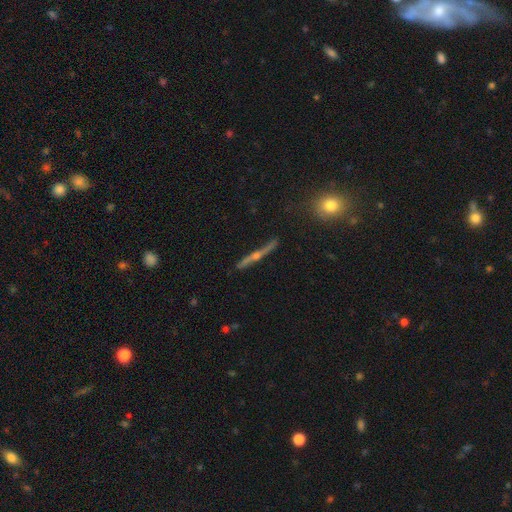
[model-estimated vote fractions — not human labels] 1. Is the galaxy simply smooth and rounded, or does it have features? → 58% featured or disk, 24% smooth, 18% star or artifact.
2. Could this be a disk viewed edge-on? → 89% yes, 11% no.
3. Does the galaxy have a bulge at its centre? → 70% rounded, 21% none, 9% boxy.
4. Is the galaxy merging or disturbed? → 81% none, 11% minor disturbance, 4% major disturbance, 4% merger.